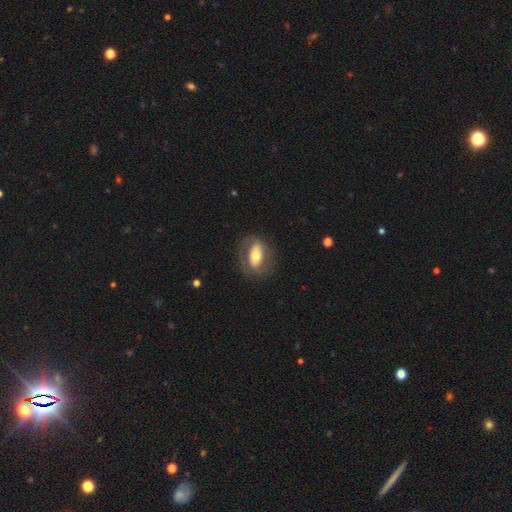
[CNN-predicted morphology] type=featured or disk (50%); merging=none (74%).